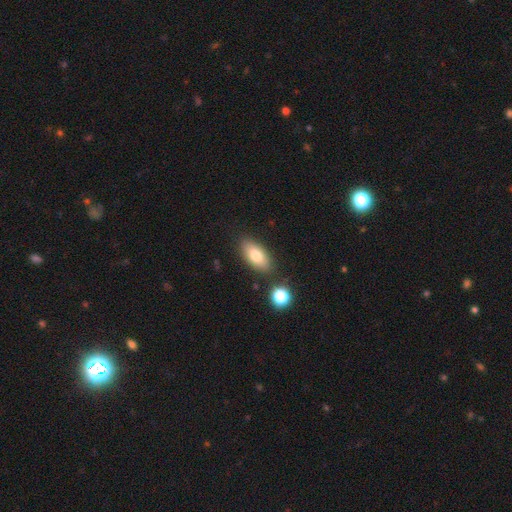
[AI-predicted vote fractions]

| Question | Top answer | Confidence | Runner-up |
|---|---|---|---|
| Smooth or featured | smooth | 77% | featured or disk (15%) |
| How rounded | in between | 88% | cigar-shaped (8%) |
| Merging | none | 82% | minor disturbance (10%) |